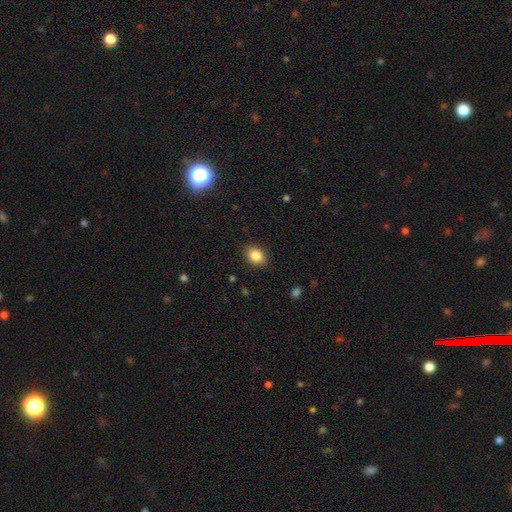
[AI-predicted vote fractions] Smooth or featured?
  - smooth: 86% *
  - star or artifact: 9%
  - featured or disk: 5%
How rounded?
  - in between: 62% *
  - round: 37%
  - cigar-shaped: 1%
Merging?
  - none: 88% *
  - minor disturbance: 9%
  - major disturbance: 2%
  - merger: 1%